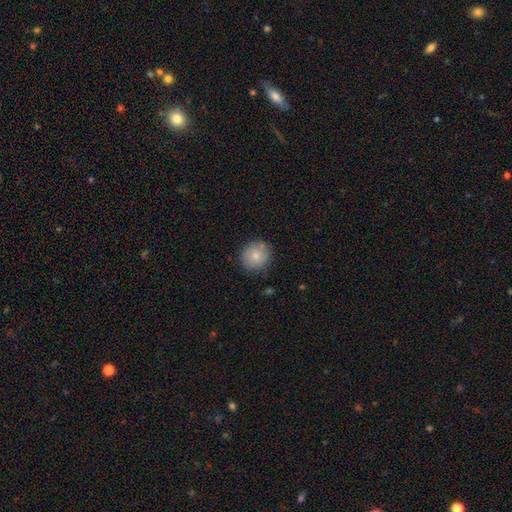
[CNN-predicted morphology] A smooth galaxy with no disk features (79%) that is round (91%).

Vote fractions:
- Smooth or featured? smooth: 79% / featured or disk: 12% / star or artifact: 9%
- How rounded? round: 91% / in between: 9% / cigar-shaped: 1%
- Merging? none: 84% / minor disturbance: 11% / major disturbance: 3% / merger: 2%